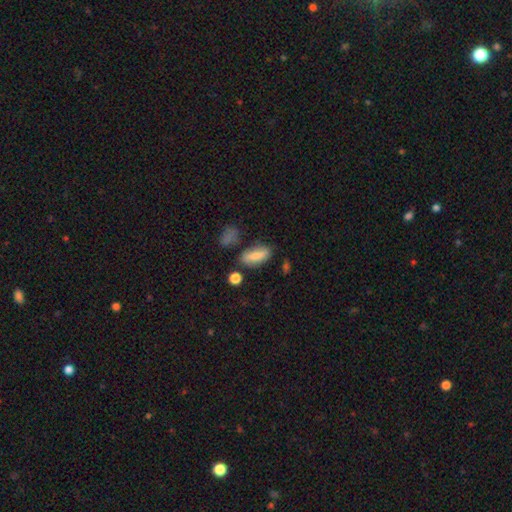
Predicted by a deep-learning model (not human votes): Smooth or featured? smooth (78%)
How rounded? in between (74%)
Merging? none (68%)